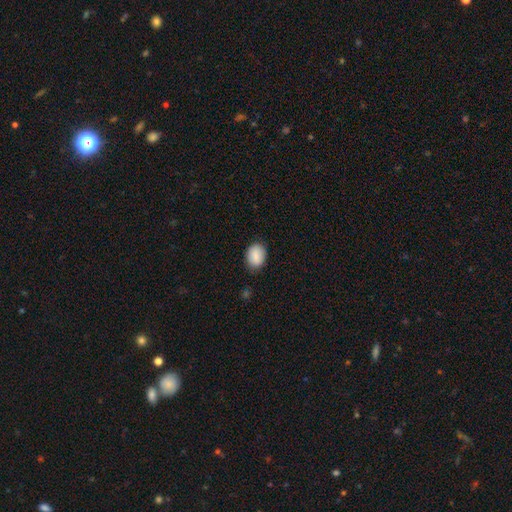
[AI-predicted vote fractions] A smooth galaxy with no disk features (87%) that is in between round and cigar-shaped (70%).

Vote fractions:
- Smooth or featured? smooth: 87% / star or artifact: 7% / featured or disk: 6%
- How rounded? in between: 70% / round: 29% / cigar-shaped: 1%
- Merging? none: 81% / minor disturbance: 15% / major disturbance: 3% / merger: 1%